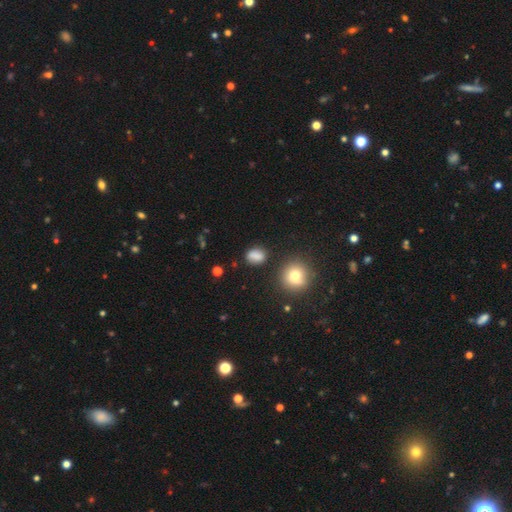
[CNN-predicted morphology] This is clearly a smooth galaxy (80%). How rounded: likely in between (66%). Merging: likely none (75%).